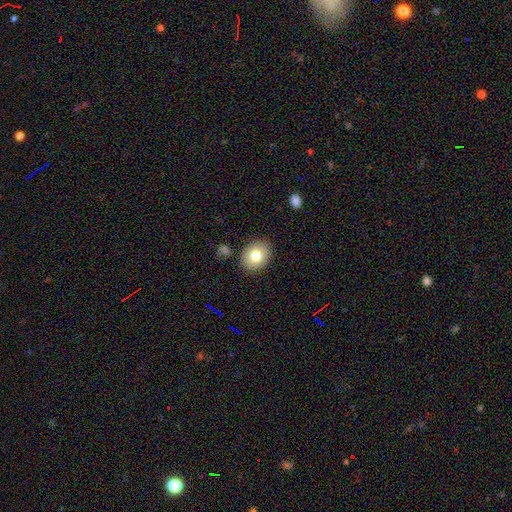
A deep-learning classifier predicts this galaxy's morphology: This appears to be a smooth galaxy with no disk features (78%) that is in between round and cigar-shaped (52%). Merging: none (86%).